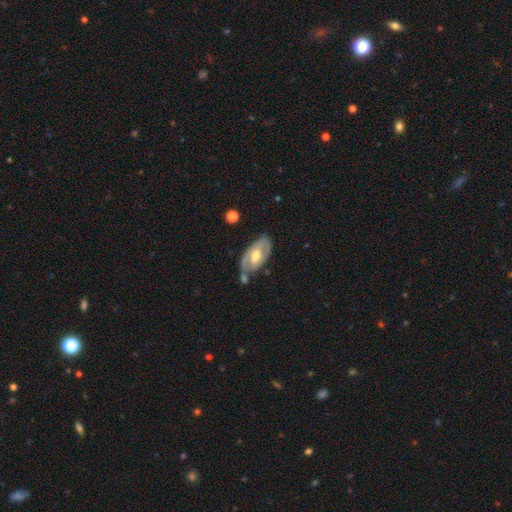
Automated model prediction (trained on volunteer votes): Overall: featured or disk (69%). Edge-on disk: no (90%). Bar: weak (43%; no 39%). Spiral arms: yes (68%; no 32%). Bulge size: moderate (69%). Merging: none (55%; minor disturbance 25%).